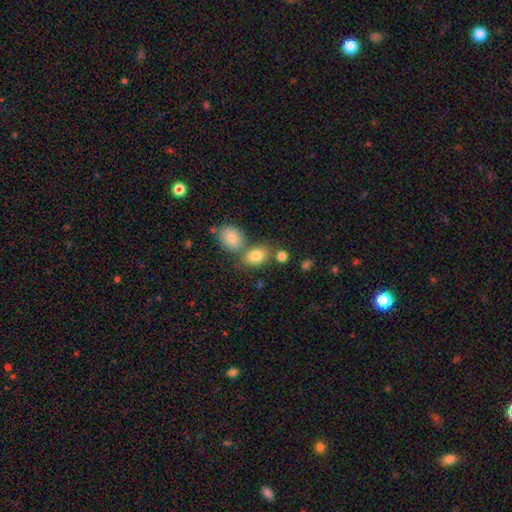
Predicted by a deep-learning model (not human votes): Q: Smooth or featured?
A: smooth (82%); runner-up: star or artifact (10%)
Q: How rounded?
A: in between (76%); runner-up: round (23%)
Q: Merging?
A: none (52%); runner-up: merger (32%)